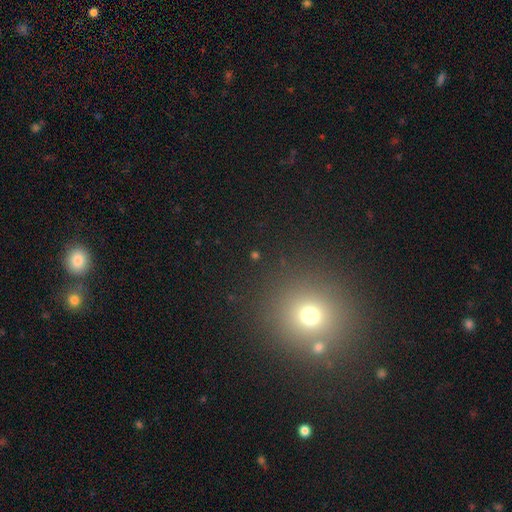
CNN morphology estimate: Smooth or featured? smooth (52%)
How rounded? round (88%)
Merging? none (85%)